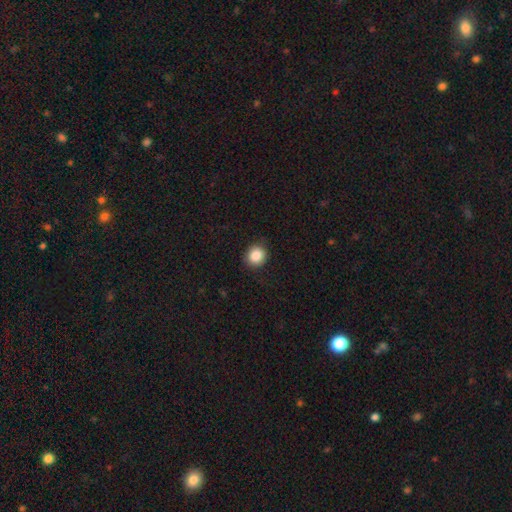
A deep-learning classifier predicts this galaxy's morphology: A smooth galaxy with no disk features (87%) that is round (82%). Merging: none (87%).